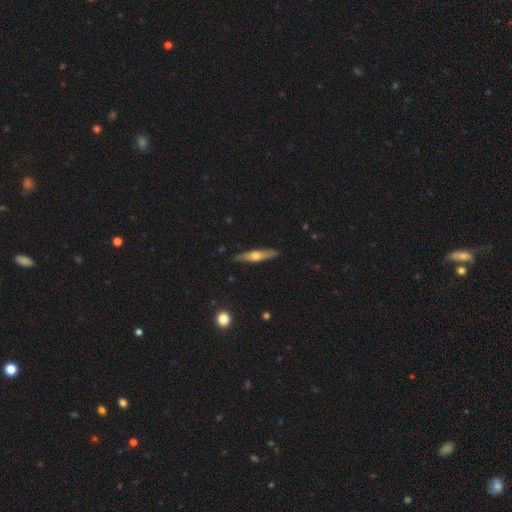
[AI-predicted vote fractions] This appears to be a featured or disk galaxy (51%) viewed edge-on (90%). Merging: none (86%).